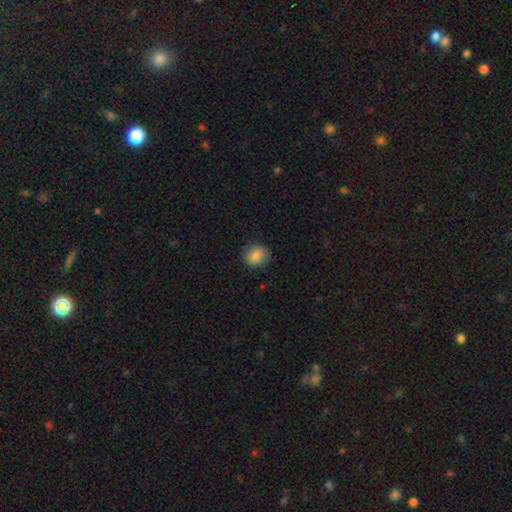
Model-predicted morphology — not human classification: A smooth galaxy with no disk features (85%) that is round (71%). Merging: none (87%).